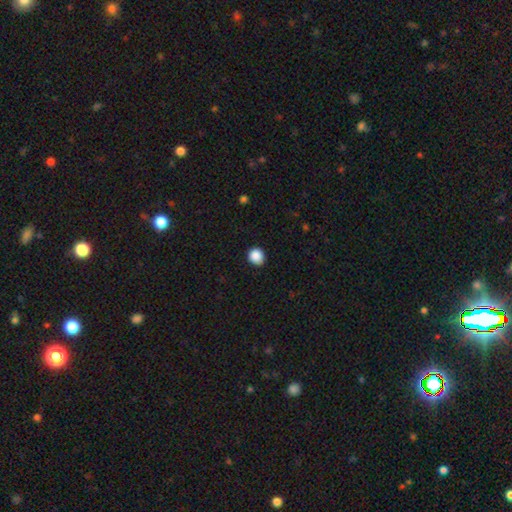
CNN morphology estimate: Smooth or featured: smooth — 88% (star or artifact — 10%)
How rounded: round — 88% (in between — 11%)
Merging: none — 86% (minor disturbance — 11%)